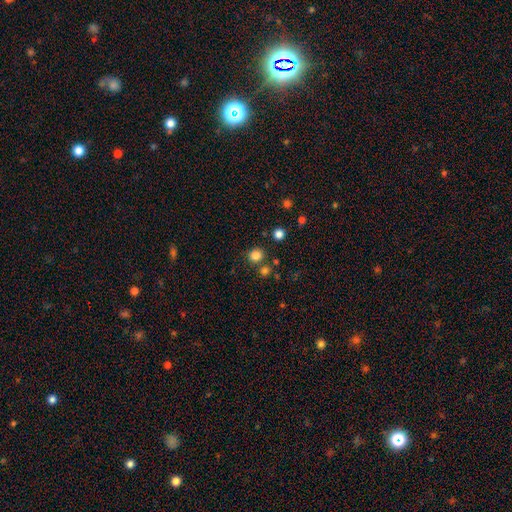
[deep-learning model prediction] A smooth galaxy with no disk features (82%) that is round (87%). Merging: none (81%).